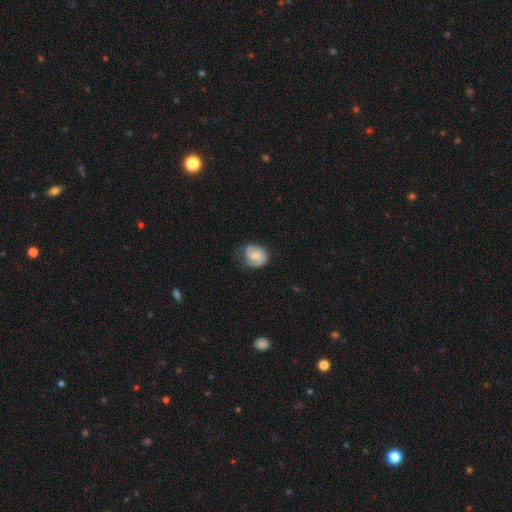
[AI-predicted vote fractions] A smooth galaxy with no disk features (53%) that is round (57%). Merging: none (59%).